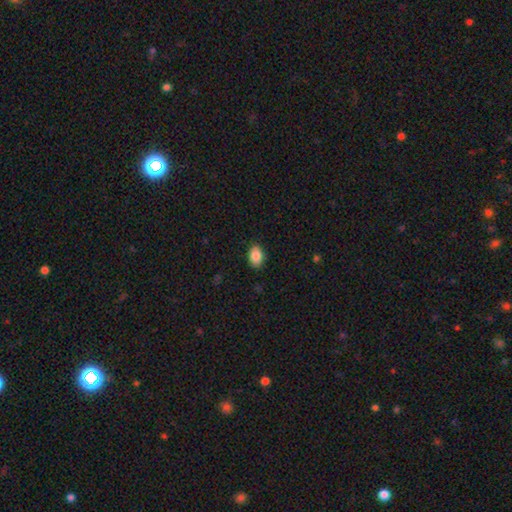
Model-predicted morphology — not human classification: A smooth galaxy with no disk features (86%) that is in between round and cigar-shaped (82%).

Vote fractions:
- Smooth or featured? smooth: 86% / star or artifact: 8% / featured or disk: 6%
- How rounded? in between: 82% / round: 17% / cigar-shaped: 1%
- Merging? none: 87% / minor disturbance: 10% / major disturbance: 2% / merger: 1%